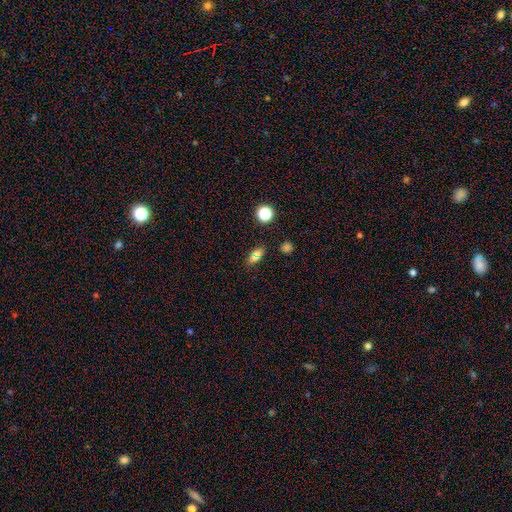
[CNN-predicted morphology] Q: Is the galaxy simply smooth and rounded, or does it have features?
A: smooth — 64%.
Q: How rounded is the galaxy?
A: in between — 65%.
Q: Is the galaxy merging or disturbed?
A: none — 76%.